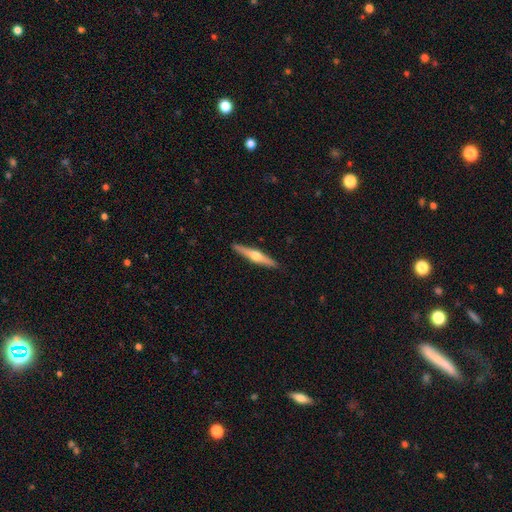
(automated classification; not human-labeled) Overall: featured or disk (67%; smooth 28%). Edge-on disk: yes (97%). Edge-on bulge: rounded (94%). Merging: none (91%).